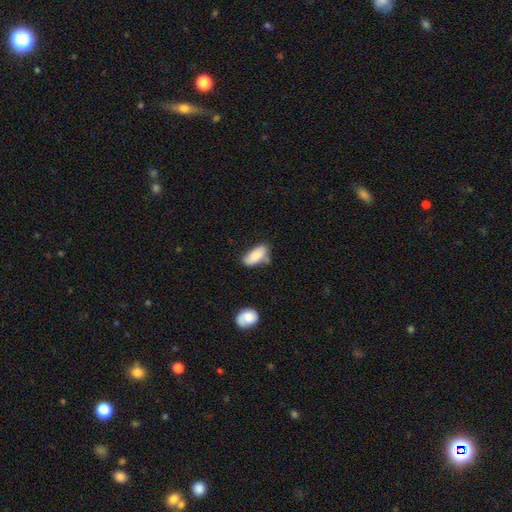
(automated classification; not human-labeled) This appears to be a smooth galaxy with no disk features (84%) that is in between round and cigar-shaped (88%). Merging: none (56%).